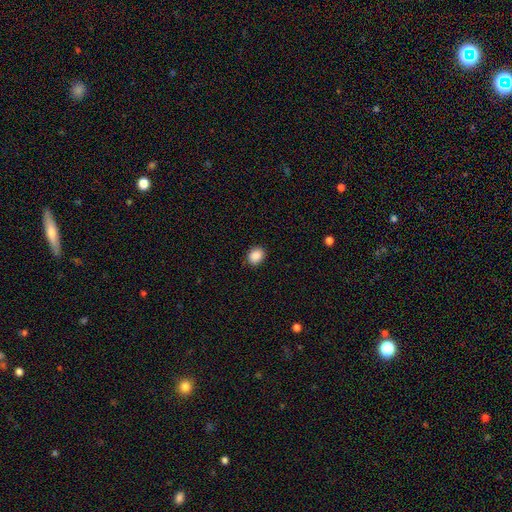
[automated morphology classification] A smooth galaxy with no disk features (89%) that is round (52%).

Vote fractions:
- Smooth or featured? smooth: 89% / star or artifact: 8% / featured or disk: 3%
- How rounded? round: 52% / in between: 47% / cigar-shaped: 1%
- Merging? none: 89% / minor disturbance: 8% / major disturbance: 2% / merger: 1%